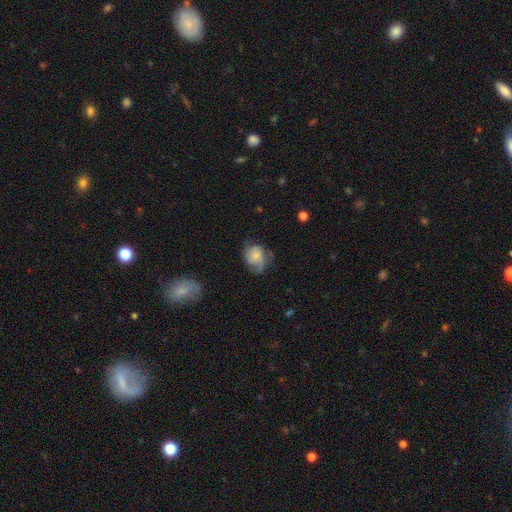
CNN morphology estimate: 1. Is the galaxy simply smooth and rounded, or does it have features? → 52% smooth, 40% featured or disk, 8% star or artifact.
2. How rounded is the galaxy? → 51% round, 48% in between, 1% cigar-shaped.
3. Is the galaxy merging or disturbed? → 46% none, 32% minor disturbance, 20% major disturbance, 2% merger.